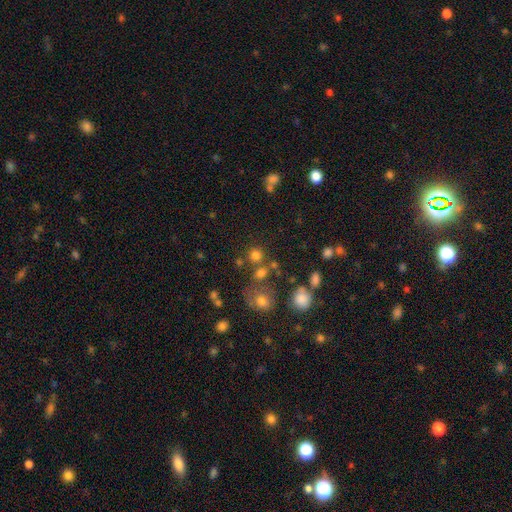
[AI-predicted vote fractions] A smooth galaxy with no disk features (75%) that is round (89%).

Vote fractions:
- Smooth or featured? smooth: 75% / star or artifact: 18% / featured or disk: 7%
- How rounded? round: 89% / in between: 10% / cigar-shaped: 1%
- Merging? none: 69% / merger: 18% / minor disturbance: 9% / major disturbance: 5%